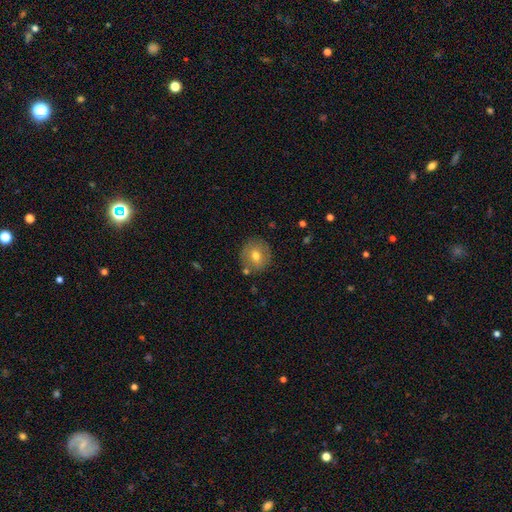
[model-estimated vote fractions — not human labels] Overall: smooth (68%). How rounded: round (87%). Merging: none (82%).